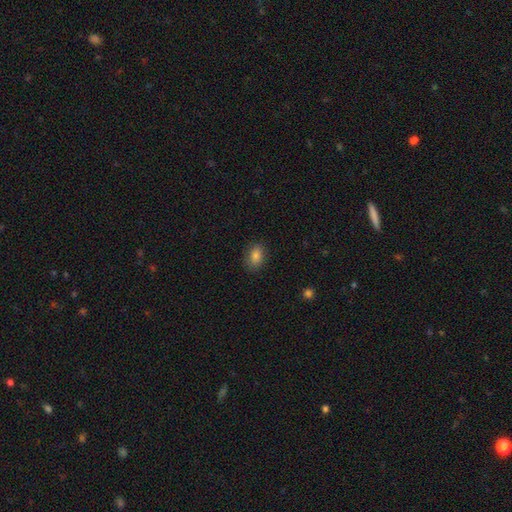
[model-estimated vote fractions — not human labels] This is clearly a smooth galaxy (83%). How rounded: clearly in between (82%). Merging: clearly none (84%).